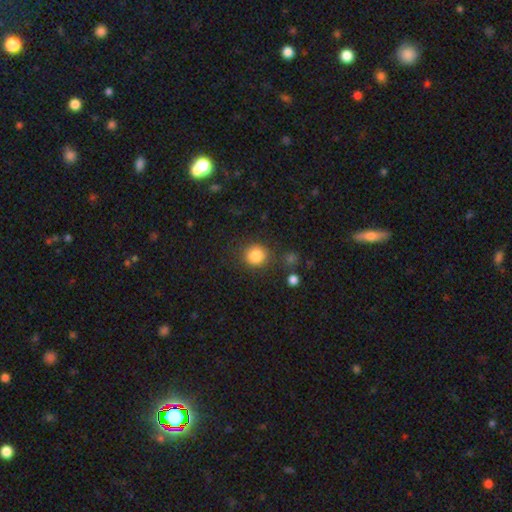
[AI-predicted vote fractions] smooth 85%, star or artifact 10%, featured or disk 4%. Down the decision tree: how rounded — round (90%); merging — none (83%).